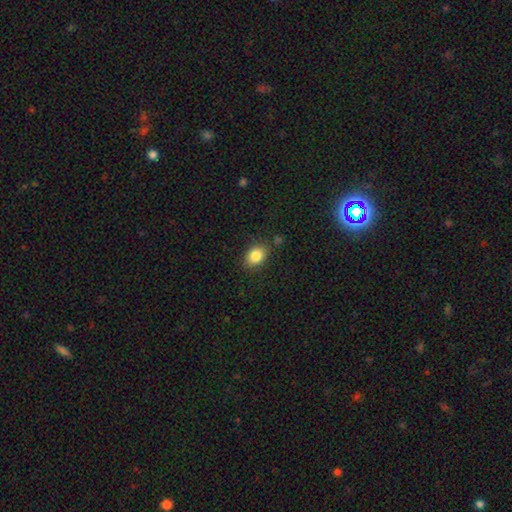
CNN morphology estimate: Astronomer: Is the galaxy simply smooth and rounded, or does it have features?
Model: smooth — 84%.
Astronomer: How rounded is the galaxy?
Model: in between — 69%.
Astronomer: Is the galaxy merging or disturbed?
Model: none — 82%.